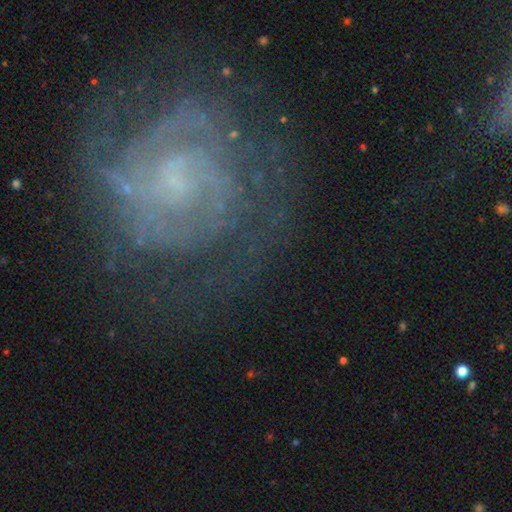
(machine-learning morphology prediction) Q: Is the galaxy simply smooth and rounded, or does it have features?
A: featured or disk — 78%.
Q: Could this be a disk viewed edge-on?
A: no — 98%.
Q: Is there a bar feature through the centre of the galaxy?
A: no — 55%.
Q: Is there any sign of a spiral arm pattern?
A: yes — 89%.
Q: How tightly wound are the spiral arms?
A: tight — 55%.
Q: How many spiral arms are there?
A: can't tell — 36%.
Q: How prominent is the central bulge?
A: small — 55%.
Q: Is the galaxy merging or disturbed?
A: none — 65%.